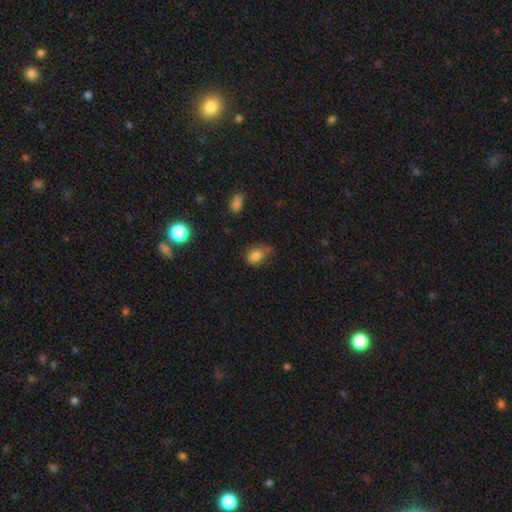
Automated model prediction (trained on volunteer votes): smooth 79%, star or artifact 12%, featured or disk 9%. Down the decision tree: how rounded — in between (70%); merging — none (46%).